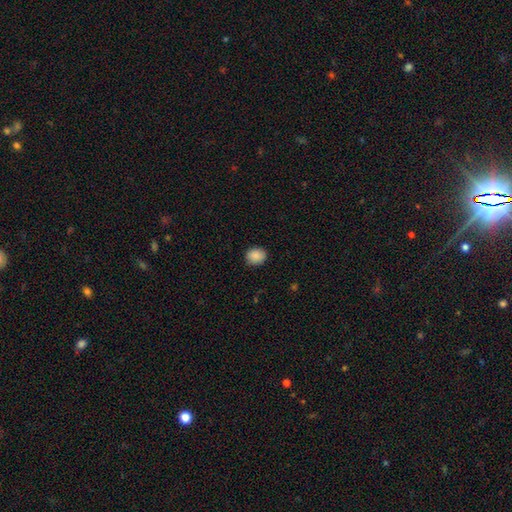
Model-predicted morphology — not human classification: This appears to be a smooth galaxy with no disk features (89%) that is round (67%). Merging: none (88%).